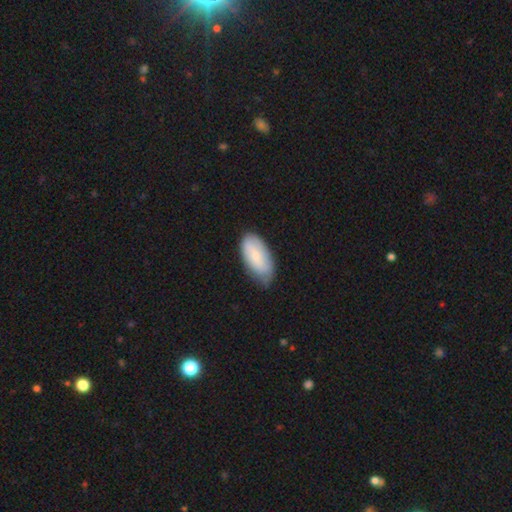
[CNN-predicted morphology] This is likely a smooth galaxy (68%). How rounded: clearly in between (93%). Merging: likely none (65%).